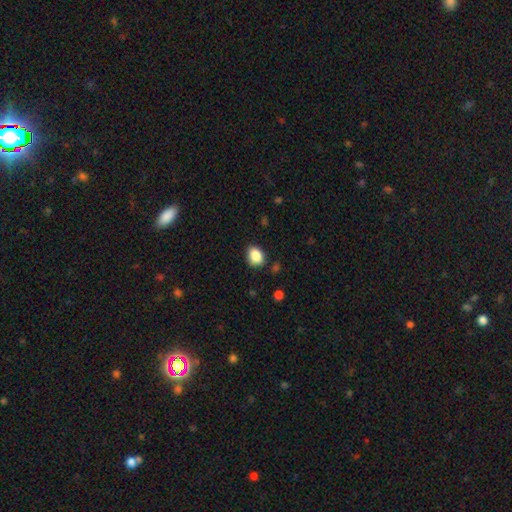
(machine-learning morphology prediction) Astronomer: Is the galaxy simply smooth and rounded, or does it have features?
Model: smooth — 87%.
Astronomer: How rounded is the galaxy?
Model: in between — 67%.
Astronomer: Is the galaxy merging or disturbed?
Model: none — 80%.